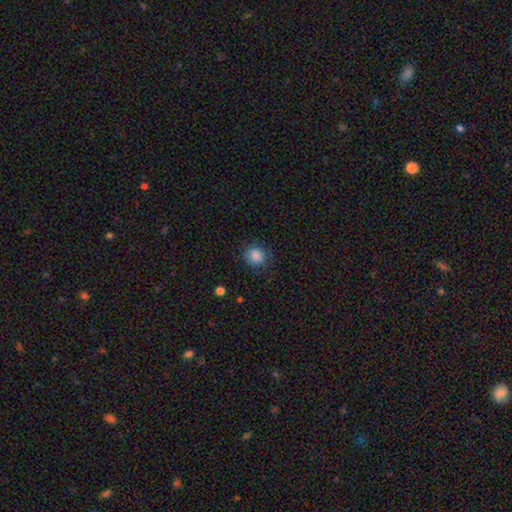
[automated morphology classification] This appears to be a smooth galaxy with no disk features (86%) that is round (84%). Merging: none (80%).